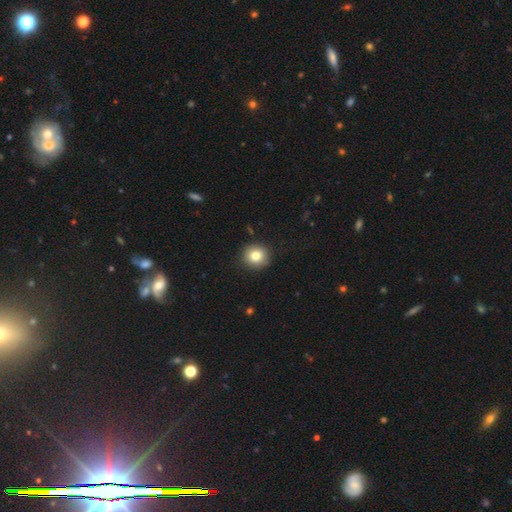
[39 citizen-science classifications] smooth 82%, featured or disk 10%, star or artifact 8%. Down the decision tree: how rounded — round (100%); merging — none (86%).